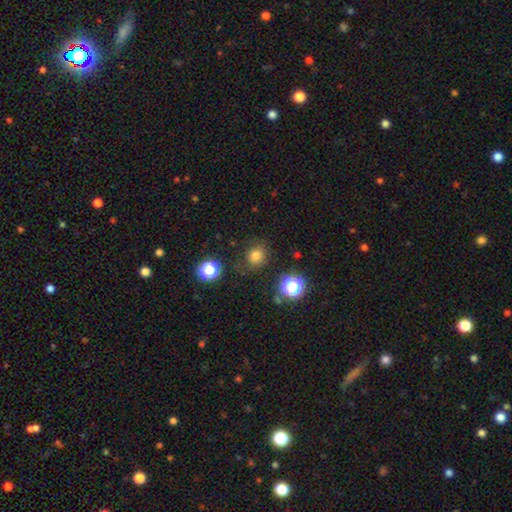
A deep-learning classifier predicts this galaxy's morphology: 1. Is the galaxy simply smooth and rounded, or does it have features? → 77% smooth, 17% star or artifact, 6% featured or disk.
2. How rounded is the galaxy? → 80% round, 19% in between, 1% cigar-shaped.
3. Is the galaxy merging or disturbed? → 80% none, 13% minor disturbance, 5% major disturbance, 3% merger.